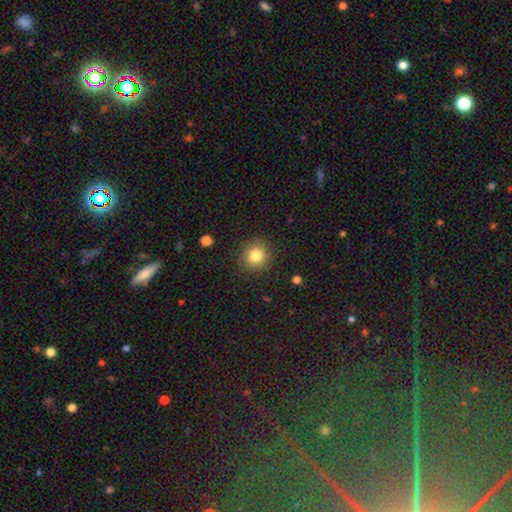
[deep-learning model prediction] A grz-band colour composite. It shows a smooth galaxy with no disk features (82%) that is round (90%). Merging: none (88%).